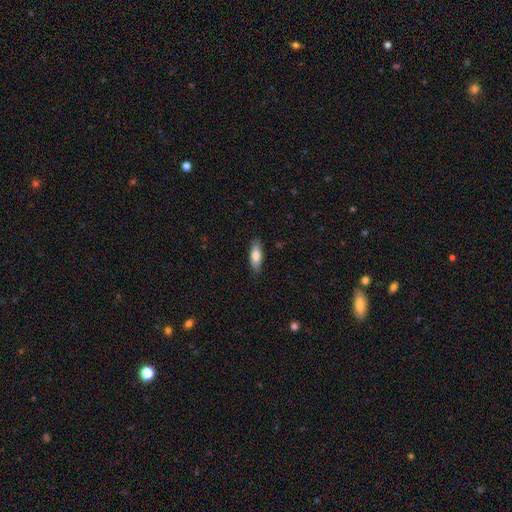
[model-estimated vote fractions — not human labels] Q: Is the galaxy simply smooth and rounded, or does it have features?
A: smooth — 79%.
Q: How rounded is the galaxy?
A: in between — 60%.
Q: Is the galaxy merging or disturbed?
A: none — 86%.